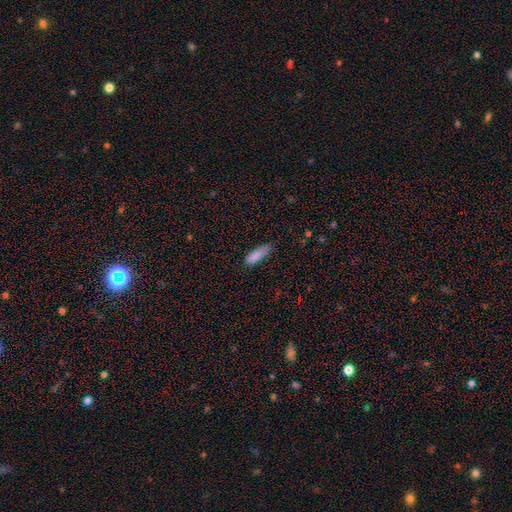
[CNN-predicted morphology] Smooth or featured? Predicted: smooth (p=0.86). How rounded? Predicted: cigar-shaped (p=0.50). Merging? Predicted: none (p=0.68).